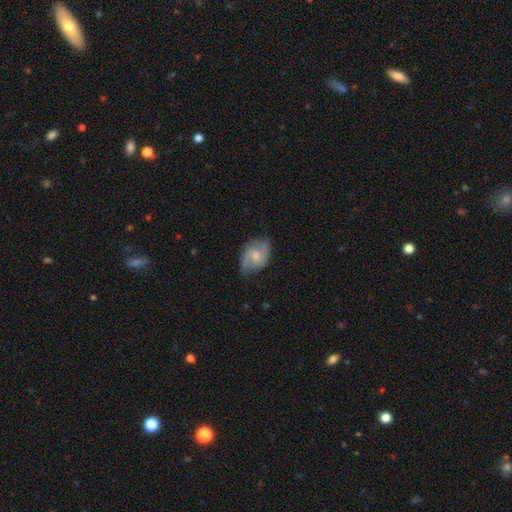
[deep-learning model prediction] Q: Smooth or featured?
A: featured or disk (70%); runner-up: smooth (24%)
Q: Edge-on disk?
A: no (97%); runner-up: yes (3%)
Q: Bar?
A: no (52%); runner-up: weak (42%)
Q: Spiral arms?
A: yes (91%); runner-up: no (9%)
Q: Spiral winding?
A: medium (46%); runner-up: loose (36%)
Q: Spiral arm count?
A: 2 (76%); runner-up: can't tell (11%)
Q: Bulge size?
A: small (46%); runner-up: moderate (44%)
Q: Merging?
A: none (65%); runner-up: minor disturbance (25%)